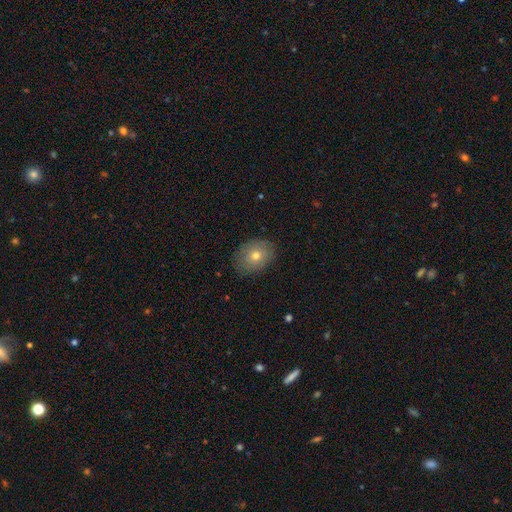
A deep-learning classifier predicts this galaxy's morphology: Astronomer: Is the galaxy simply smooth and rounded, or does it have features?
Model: smooth — 67%.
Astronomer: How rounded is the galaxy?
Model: in between — 64%.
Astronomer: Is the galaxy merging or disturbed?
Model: none — 83%.